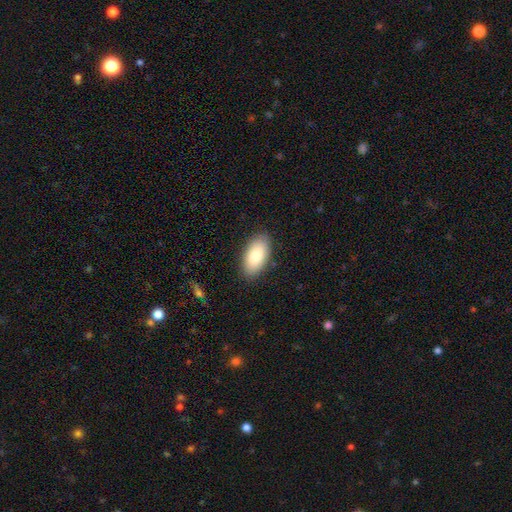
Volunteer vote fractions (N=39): smooth_or_featured: smooth (p=0.92) [alt: featured or disk p=0.05]
how_rounded: in between (p=0.86) [alt: cigar-shaped p=0.11]
merging: none (p=0.87) [alt: minor disturbance p=0.08]